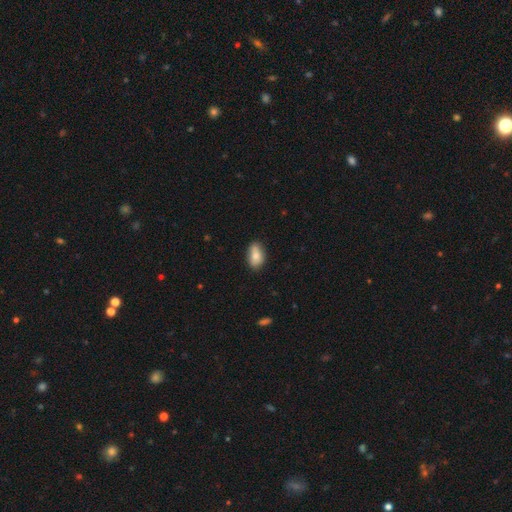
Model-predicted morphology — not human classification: Smooth or featured?
  - smooth: 81% *
  - featured or disk: 12%
  - star or artifact: 7%
How rounded?
  - in between: 91% *
  - round: 6%
  - cigar-shaped: 3%
Merging?
  - none: 74% *
  - minor disturbance: 21%
  - major disturbance: 3%
  - merger: 2%